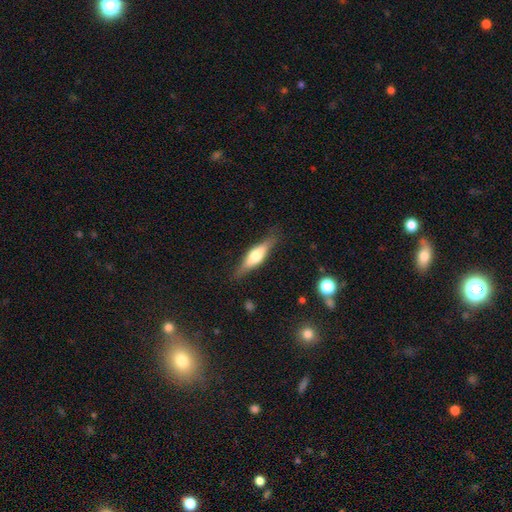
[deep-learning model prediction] smooth-or-featured: featured or disk: 51% | smooth: 43% | star or artifact: 6%
  disk-edge-on: yes: 92% | no: 8%
  merging: none: 82% | minor disturbance: 13% | major disturbance: 3% | merger: 1%